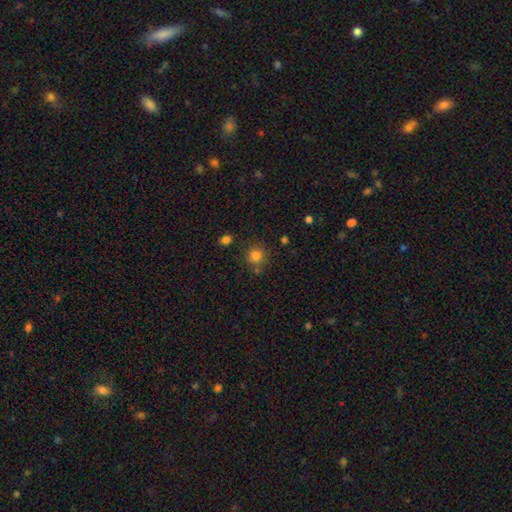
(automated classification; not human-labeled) A smooth galaxy with no disk features (81%) that is round (91%).

Vote fractions:
- Smooth or featured? smooth: 81% / star or artifact: 13% / featured or disk: 6%
- How rounded? round: 91% / in between: 8% / cigar-shaped: 1%
- Merging? none: 77% / minor disturbance: 11% / merger: 8% / major disturbance: 4%